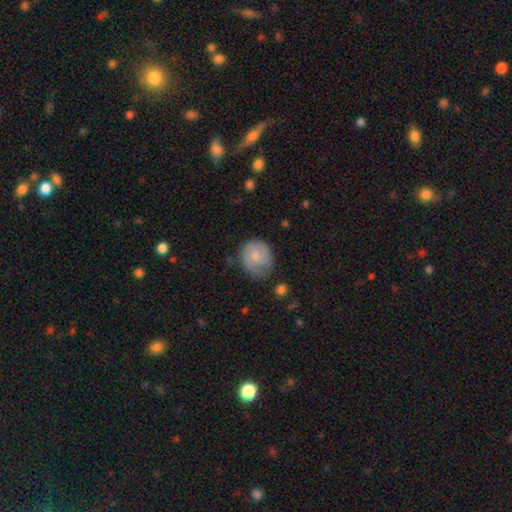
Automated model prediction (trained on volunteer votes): This appears to be a smooth galaxy with no disk features (57%) that is round (69%). Merging: none (59%).